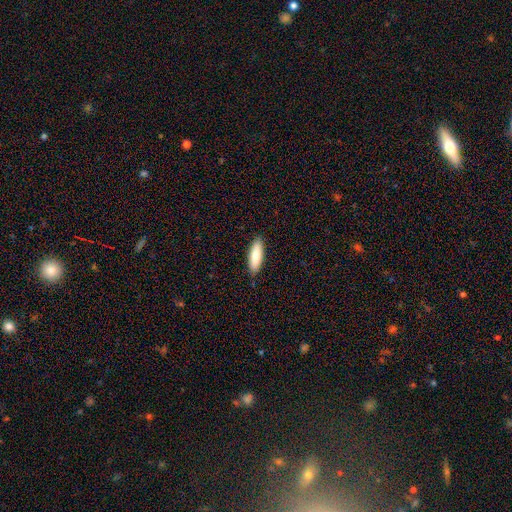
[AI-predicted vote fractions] Smooth or featured?
  - smooth: 78% *
  - featured or disk: 17%
  - star or artifact: 6%
How rounded?
  - in between: 55% *
  - cigar-shaped: 44%
  - round: 2%
Merging?
  - none: 88% *
  - minor disturbance: 10%
  - major disturbance: 2%
  - merger: 1%